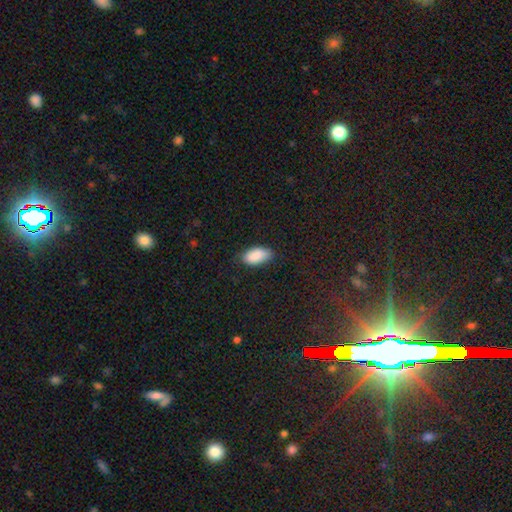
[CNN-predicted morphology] Smooth or featured?
  - smooth: 90% *
  - star or artifact: 7%
  - featured or disk: 4%
How rounded?
  - in between: 94% *
  - cigar-shaped: 4%
  - round: 2%
Merging?
  - none: 78% *
  - minor disturbance: 18%
  - major disturbance: 3%
  - merger: 1%